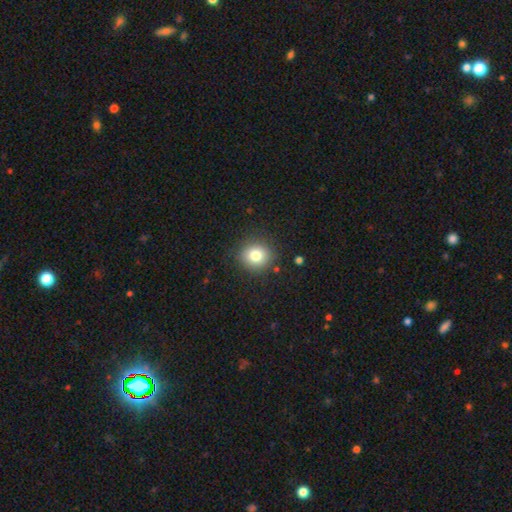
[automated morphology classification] Smooth or featured? Predicted: smooth (p=0.79). How rounded? Predicted: round (p=0.89). Merging? Predicted: none (p=0.88).